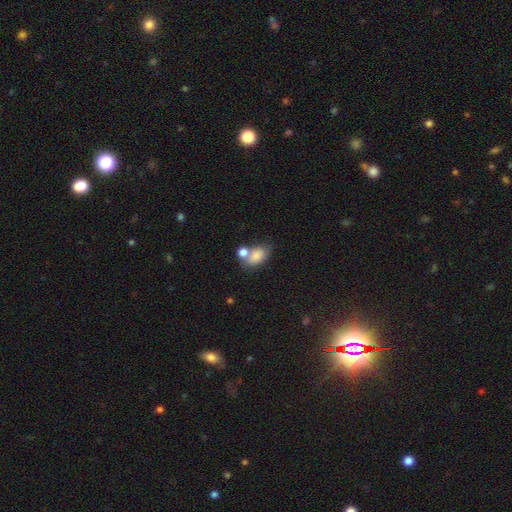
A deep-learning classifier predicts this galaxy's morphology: type=smooth (80%); roundness=in between (84%); merging=none (40%).